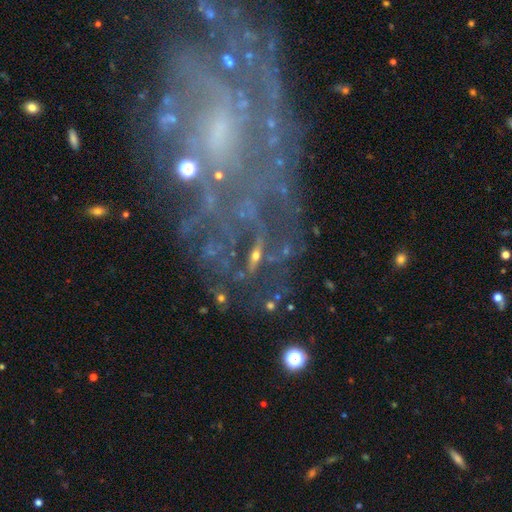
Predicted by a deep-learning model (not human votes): This is possibly a featured or disk galaxy (59%). It is possibly not viewed edge-on (57%). Merging: possibly none (55%).